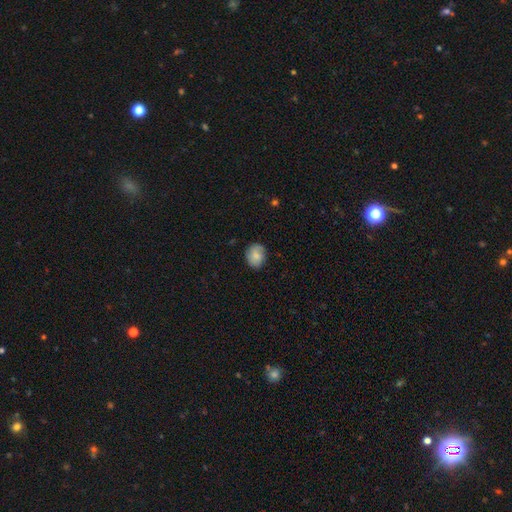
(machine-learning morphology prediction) This appears to be a smooth galaxy with no disk features (77%) that is round (58%). Merging: none (79%).